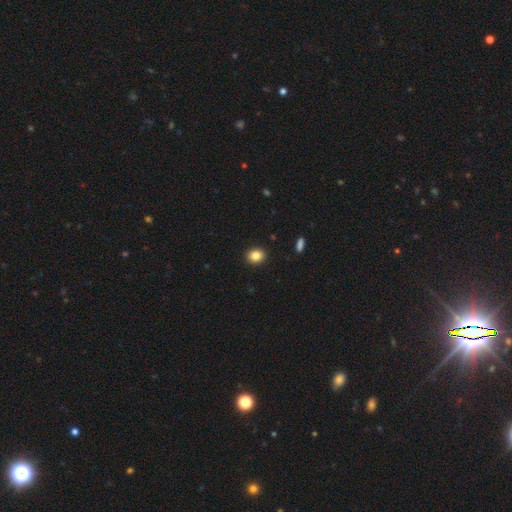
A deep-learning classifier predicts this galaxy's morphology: The model was most divided on "how rounded": round: 62%, in between: 37%, cigar-shaped: 1%. More confident: merging — none (91%); smooth or featured — smooth (85%).